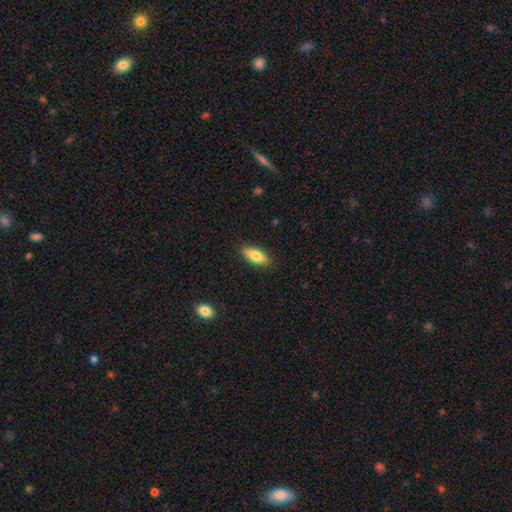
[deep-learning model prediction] Q: Smooth or featured?
A: smooth (79%); runner-up: featured or disk (15%)
Q: How rounded?
A: in between (78%); runner-up: cigar-shaped (19%)
Q: Merging?
A: none (88%); runner-up: minor disturbance (9%)